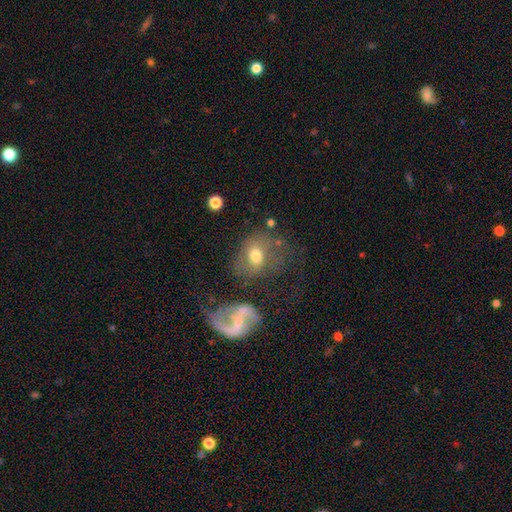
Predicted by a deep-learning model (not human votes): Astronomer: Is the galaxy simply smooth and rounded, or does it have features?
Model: smooth — 56% (runner-up: featured or disk, 32%).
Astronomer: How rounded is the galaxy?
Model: in between — 58% (runner-up: round, 40%).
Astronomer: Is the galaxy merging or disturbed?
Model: none — 46% (runner-up: minor disturbance, 21%).